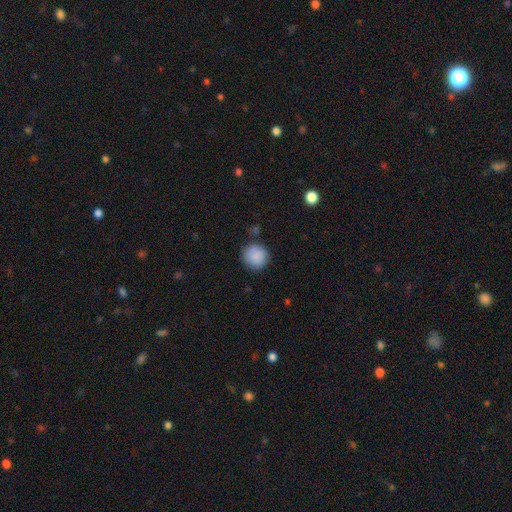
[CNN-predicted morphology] Smooth or featured?
  - smooth: 88% *
  - star or artifact: 8%
  - featured or disk: 4%
How rounded?
  - round: 92% *
  - in between: 7%
  - cigar-shaped: 1%
Merging?
  - none: 84% *
  - minor disturbance: 11%
  - major disturbance: 3%
  - merger: 3%